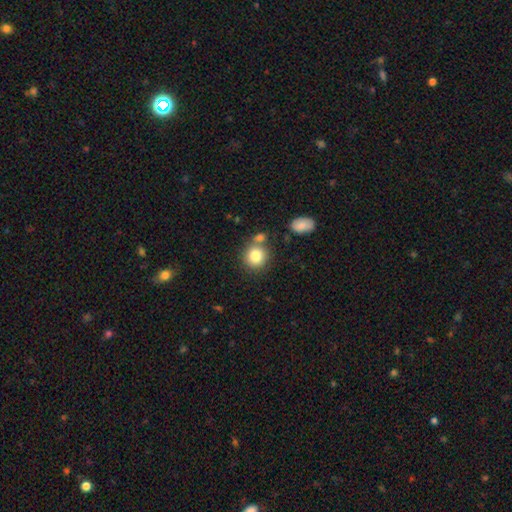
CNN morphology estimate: This is clearly a smooth galaxy (83%). How rounded: clearly round (85%). Merging: likely none (66%).